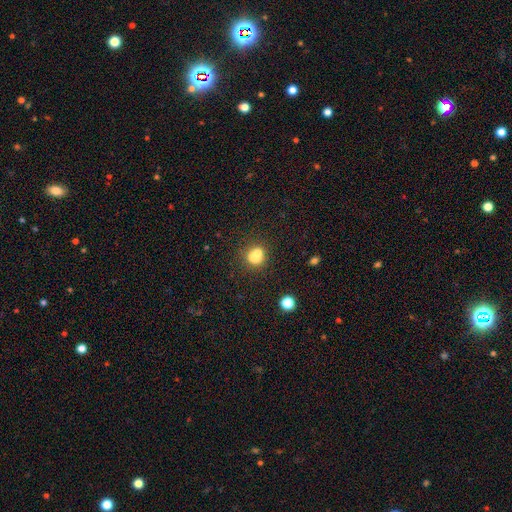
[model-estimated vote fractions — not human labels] Smooth or featured?
  - smooth: 73% *
  - featured or disk: 14%
  - star or artifact: 13%
How rounded?
  - round: 61% *
  - in between: 37%
  - cigar-shaped: 2%
Merging?
  - merger: 43% *
  - none: 40%
  - minor disturbance: 12%
  - major disturbance: 5%